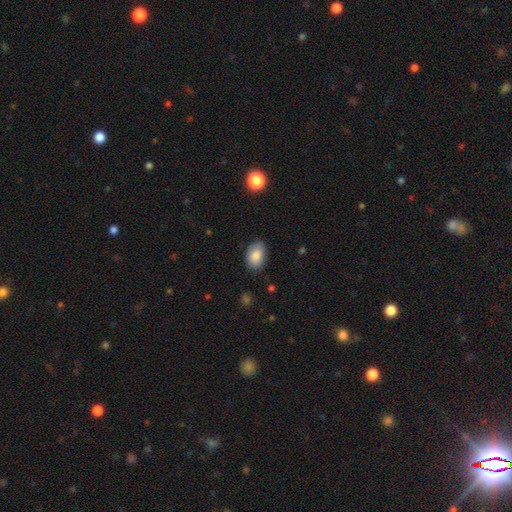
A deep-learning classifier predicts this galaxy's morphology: type=smooth (84%); roundness=in between (85%); merging=none (81%).